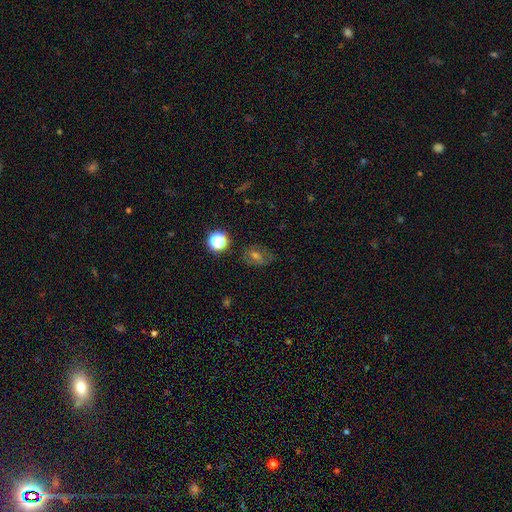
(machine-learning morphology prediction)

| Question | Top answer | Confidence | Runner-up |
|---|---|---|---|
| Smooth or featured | smooth | 40% | featured or disk (30%) |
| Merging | none | 70% | minor disturbance (19%) |